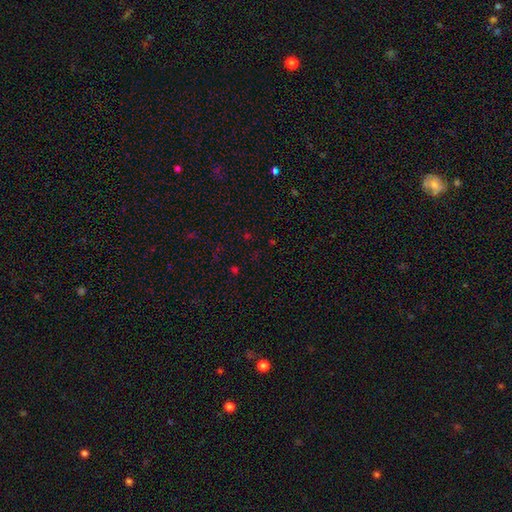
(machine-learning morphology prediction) smooth_or_featured: star or artifact (p=0.61) [alt: smooth p=0.32]